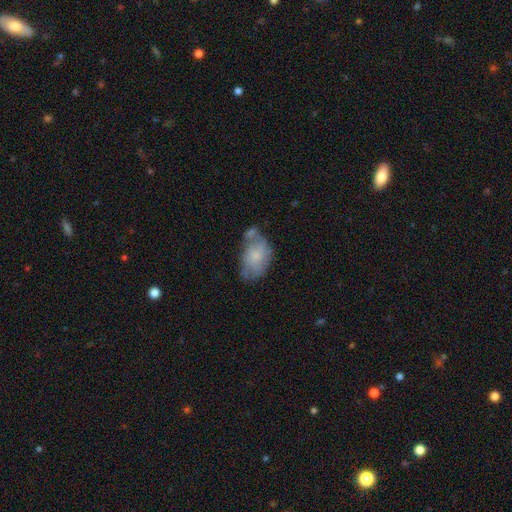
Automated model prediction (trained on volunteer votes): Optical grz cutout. It shows a smooth galaxy with no disk features (55%) that is in between round and cigar-shaped (90%). Merging: none (38%).